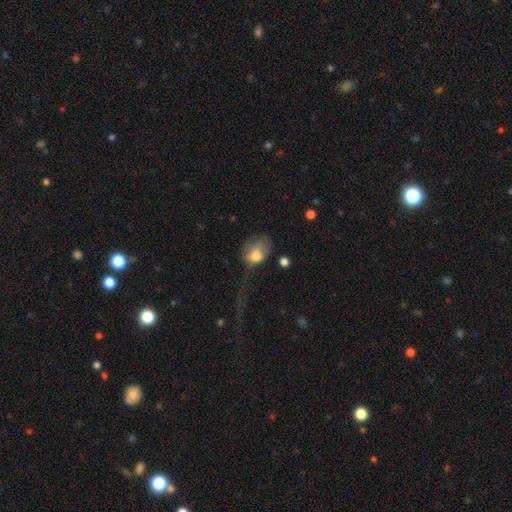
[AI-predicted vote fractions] A smooth galaxy with no disk features (70%) that is in between round and cigar-shaped (68%).

Vote fractions:
- Smooth or featured? smooth: 70% / featured or disk: 20% / star or artifact: 9%
- How rounded? in between: 68% / round: 30% / cigar-shaped: 1%
- Merging? major disturbance: 56% / minor disturbance: 20% / none: 19% / merger: 5%